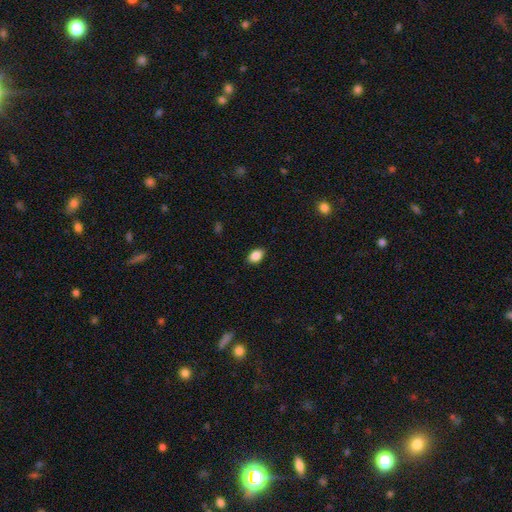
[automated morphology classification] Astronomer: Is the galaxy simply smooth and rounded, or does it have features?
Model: smooth — 87%.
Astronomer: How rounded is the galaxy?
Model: in between — 88%.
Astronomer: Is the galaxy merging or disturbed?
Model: none — 88%.